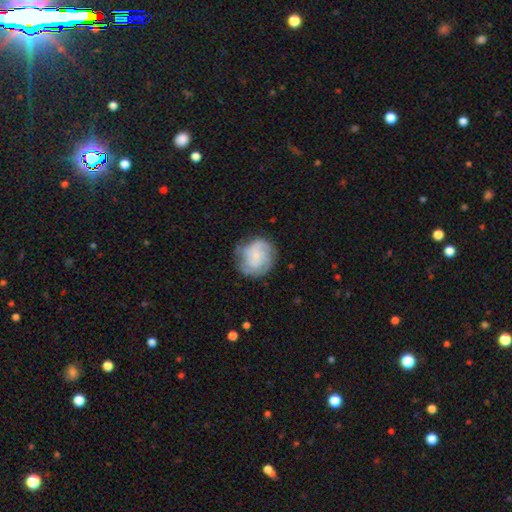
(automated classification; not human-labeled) Overall: featured or disk (58%; smooth 35%). Edge-on disk: no (98%). Bar: no (70%). Spiral arms: yes (84%). Bulge size: small (64%). Merging: none (66%).